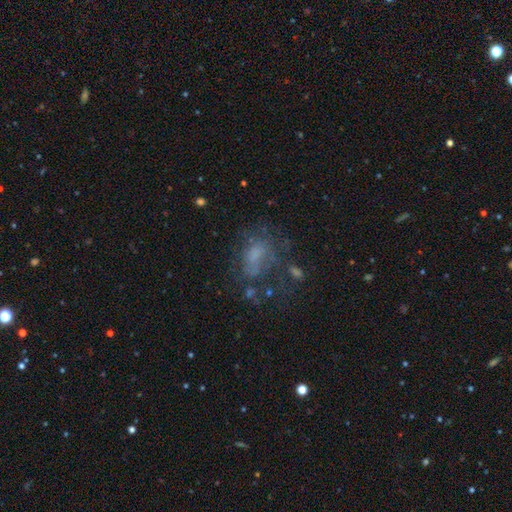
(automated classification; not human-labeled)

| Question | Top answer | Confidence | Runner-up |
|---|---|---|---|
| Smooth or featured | featured or disk | 41% | smooth (40%) |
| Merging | none | 39% | major disturbance (32%) |